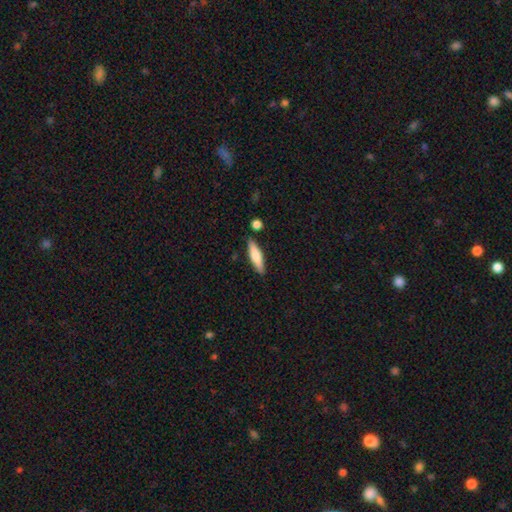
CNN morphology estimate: Smooth or featured? Predicted: smooth (p=0.68). How rounded? Predicted: cigar-shaped (p=0.70). Merging? Predicted: none (p=0.84).